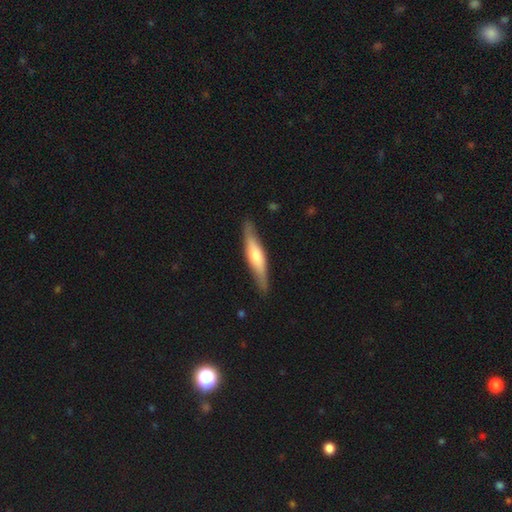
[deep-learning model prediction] smooth_or_featured: featured or disk (p=0.52) [alt: smooth p=0.43]
disk_edge_on: yes (p=0.89) [alt: no p=0.11]
merging: none (p=0.86) [alt: minor disturbance p=0.11]